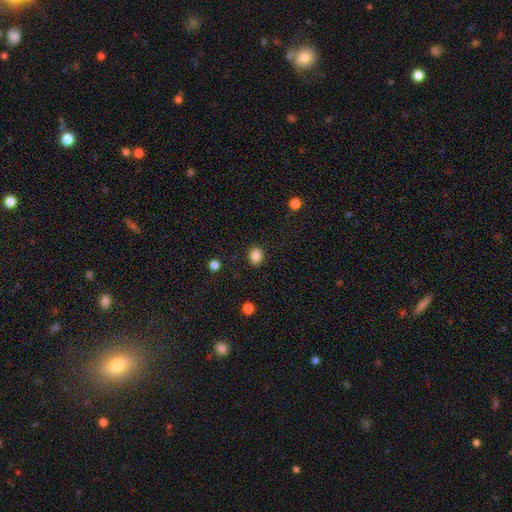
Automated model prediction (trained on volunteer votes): This is clearly a smooth galaxy (86%). How rounded: possibly round (60%). Merging: clearly none (89%).